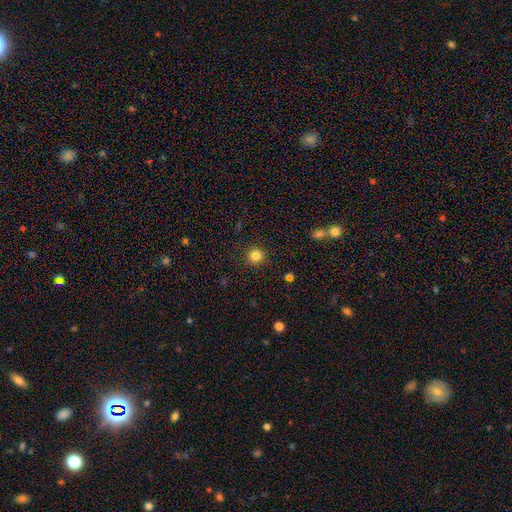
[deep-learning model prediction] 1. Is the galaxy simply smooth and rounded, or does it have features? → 83% smooth, 12% star or artifact, 4% featured or disk.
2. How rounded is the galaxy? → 94% round, 5% in between, 1% cigar-shaped.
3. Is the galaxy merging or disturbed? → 90% none, 6% minor disturbance, 2% major disturbance, 1% merger.